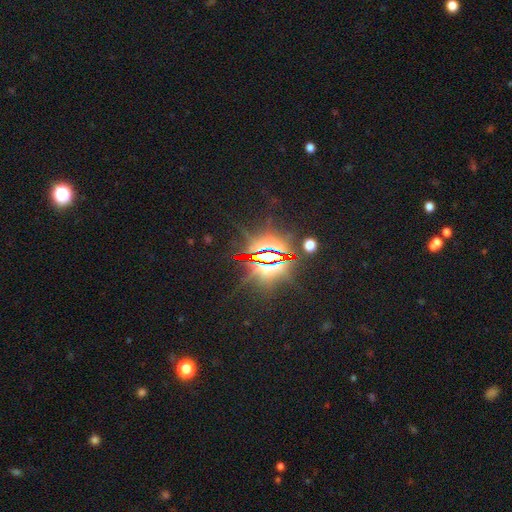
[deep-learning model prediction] Smooth or featured: star or artifact — 85% (featured or disk — 9%)